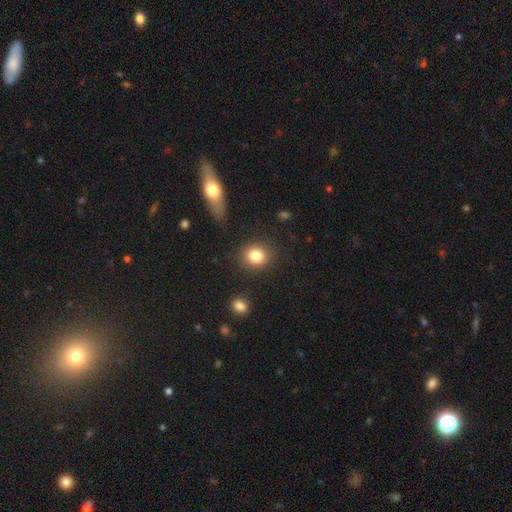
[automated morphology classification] Smooth or featured?
  - smooth: 84% *
  - star or artifact: 10%
  - featured or disk: 6%
How rounded?
  - round: 73% *
  - in between: 26%
  - cigar-shaped: 1%
Merging?
  - none: 84% *
  - minor disturbance: 10%
  - major disturbance: 3%
  - merger: 3%